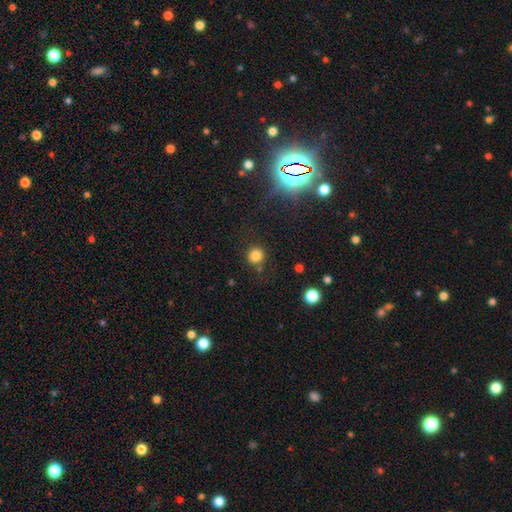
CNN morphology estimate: The model was most divided on "smooth or featured": smooth: 81%, star or artifact: 14%, featured or disk: 5%. More confident: how rounded — round (90%); merging — none (81%).